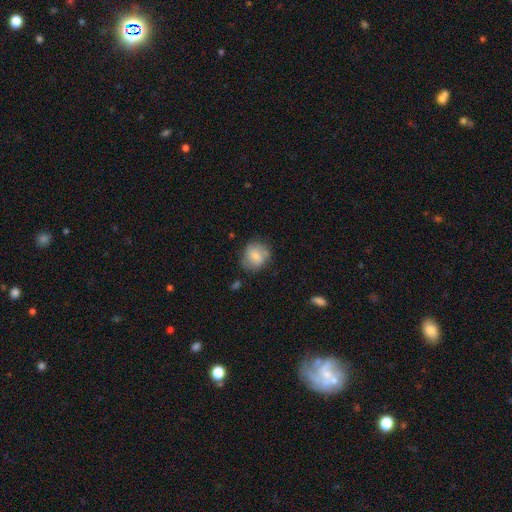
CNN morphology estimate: This is likely a smooth galaxy (70%). How rounded: likely round (75%). Merging: likely none (67%).